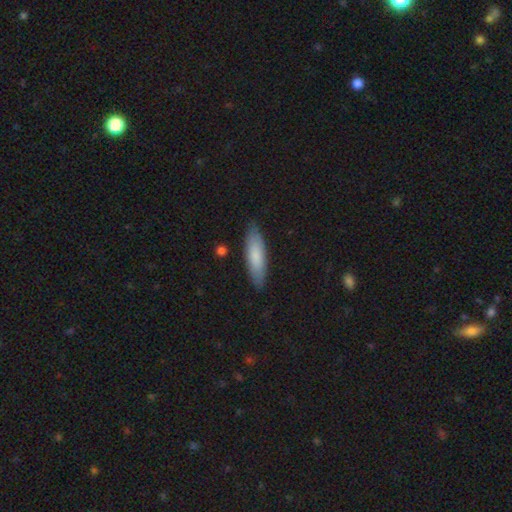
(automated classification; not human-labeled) This appears to be a smooth galaxy with no disk features (77%) that is cigar-shaped (60%). Merging: none (85%).